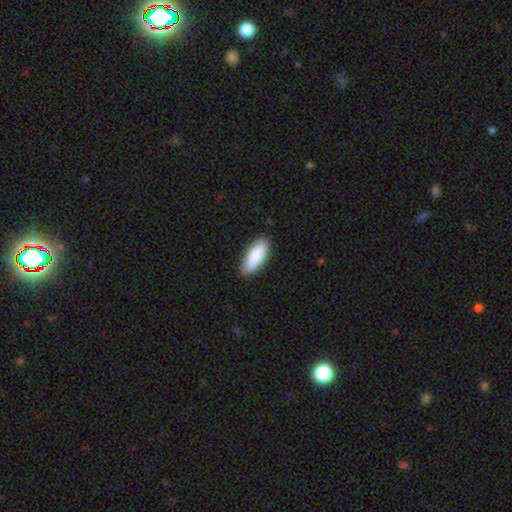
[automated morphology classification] This is clearly a smooth galaxy (88%). How rounded: likely in between (77%). Merging: clearly none (84%).